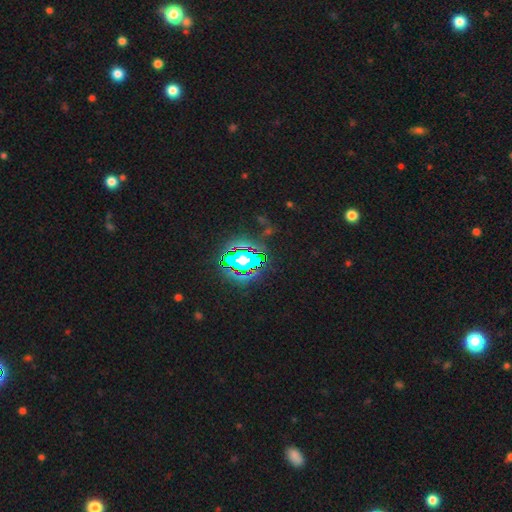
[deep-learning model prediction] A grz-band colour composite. It shows a star or artifact, not a galaxy (81%).